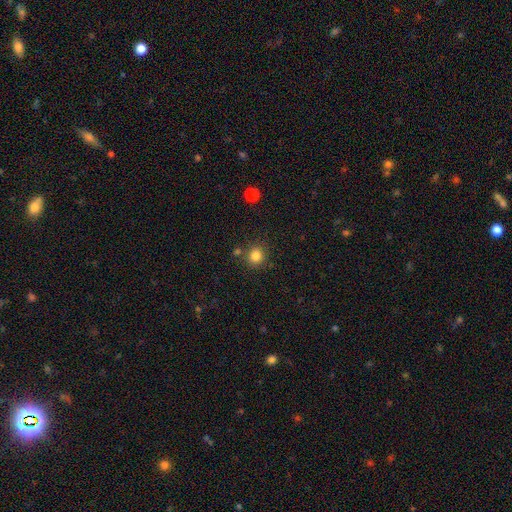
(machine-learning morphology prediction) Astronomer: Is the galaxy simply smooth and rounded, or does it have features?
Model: smooth — 82%.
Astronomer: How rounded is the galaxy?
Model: round — 86%.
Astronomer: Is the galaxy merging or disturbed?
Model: none — 81%.